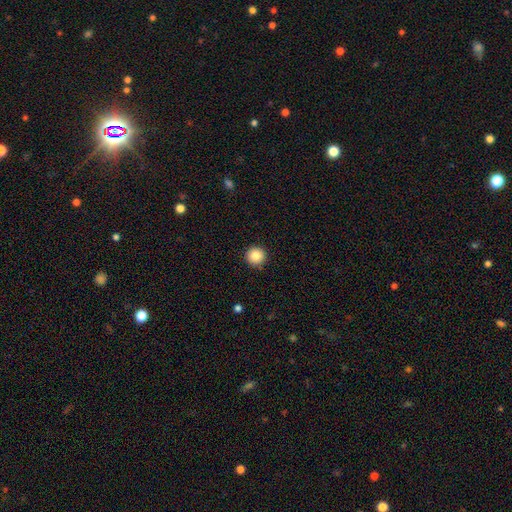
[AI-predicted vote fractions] Smooth or featured?
  - smooth: 86% *
  - star or artifact: 9%
  - featured or disk: 5%
How rounded?
  - round: 96% *
  - in between: 3%
  - cigar-shaped: 1%
Merging?
  - none: 91% *
  - minor disturbance: 6%
  - major disturbance: 2%
  - merger: 1%